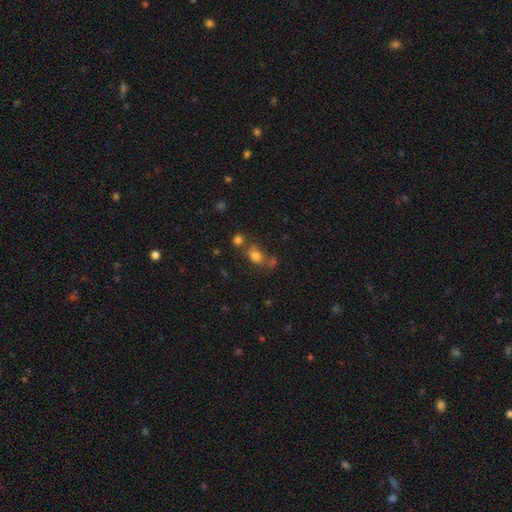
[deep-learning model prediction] A smooth galaxy with no disk features (76%) that is in between round and cigar-shaped (59%).

Vote fractions:
- Smooth or featured? smooth: 76% / star or artifact: 14% / featured or disk: 10%
- How rounded? in between: 59% / round: 39% / cigar-shaped: 2%
- Merging? none: 53% / merger: 27% / minor disturbance: 14% / major disturbance: 6%